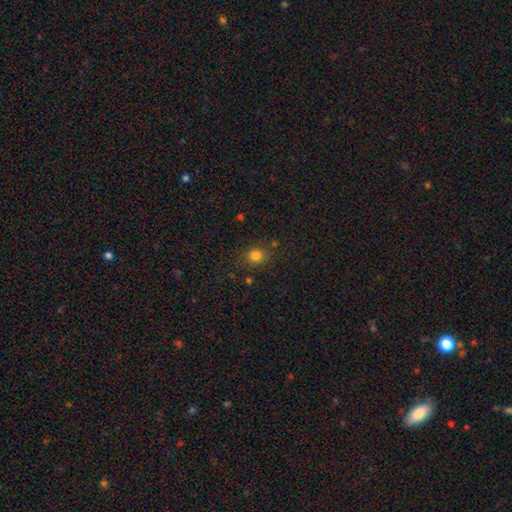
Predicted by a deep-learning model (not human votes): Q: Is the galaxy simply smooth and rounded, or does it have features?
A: smooth — 80%.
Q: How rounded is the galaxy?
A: round — 80%.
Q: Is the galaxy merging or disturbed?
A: none — 83%.